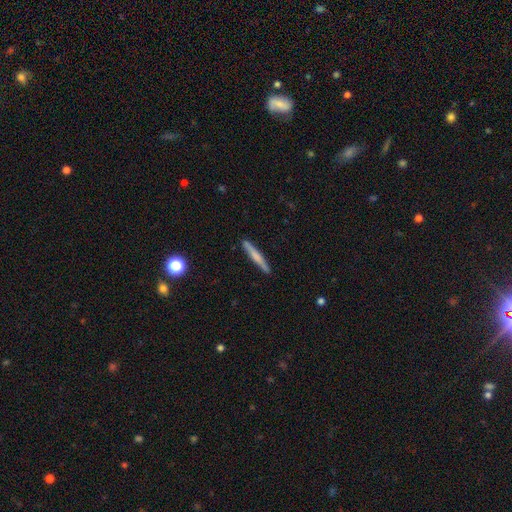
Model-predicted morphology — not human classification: smooth-or-featured: smooth: 55% | featured or disk: 39% | star or artifact: 6%
  how-rounded: cigar-shaped: 95% | in between: 3% | round: 2%
  merging: none: 90% | minor disturbance: 7% | major disturbance: 1% | merger: 1%